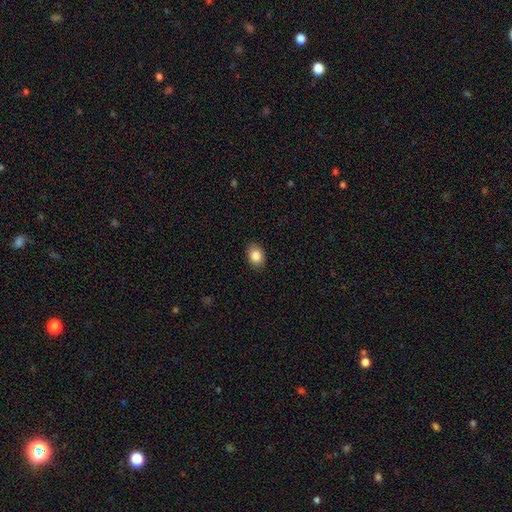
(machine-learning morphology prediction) This is clearly a smooth galaxy (85%). How rounded: likely in between (72%). Merging: clearly none (88%).